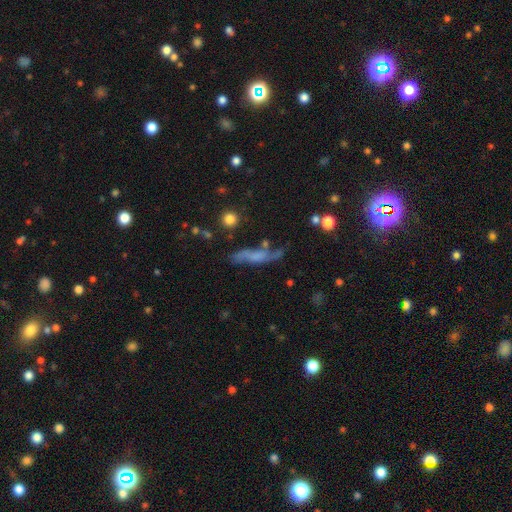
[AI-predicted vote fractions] Smooth or featured? Predicted: featured or disk (p=0.47). Merging? Predicted: none (p=0.54).